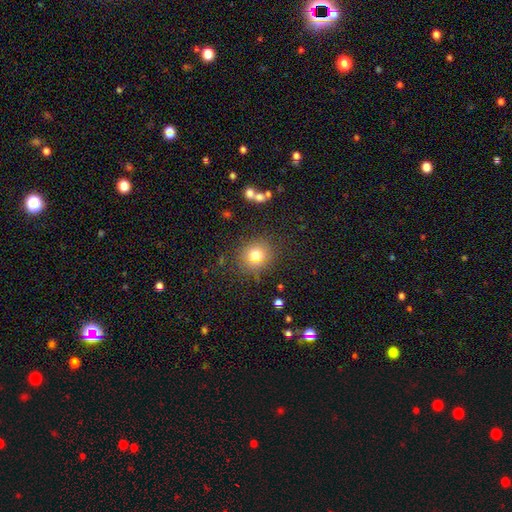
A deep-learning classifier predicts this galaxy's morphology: smooth_or_featured: smooth (p=0.75) [alt: star or artifact p=0.15]
how_rounded: round (p=0.82) [alt: in between p=0.17]
merging: none (p=0.83) [alt: minor disturbance p=0.10]